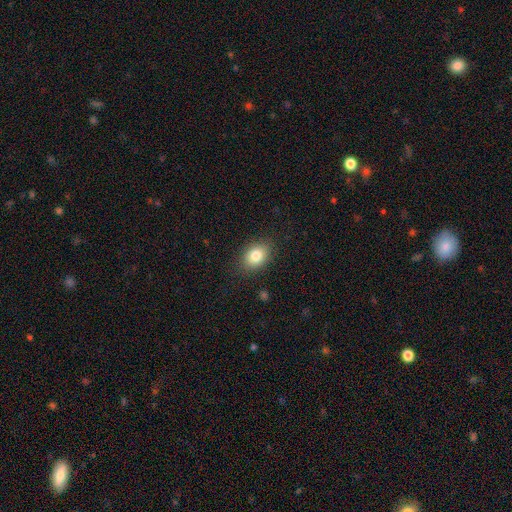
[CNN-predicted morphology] smooth_or_featured: smooth (p=0.83) [alt: featured or disk p=0.09]
how_rounded: in between (p=0.78) [alt: round p=0.21]
merging: none (p=0.85) [alt: minor disturbance p=0.11]